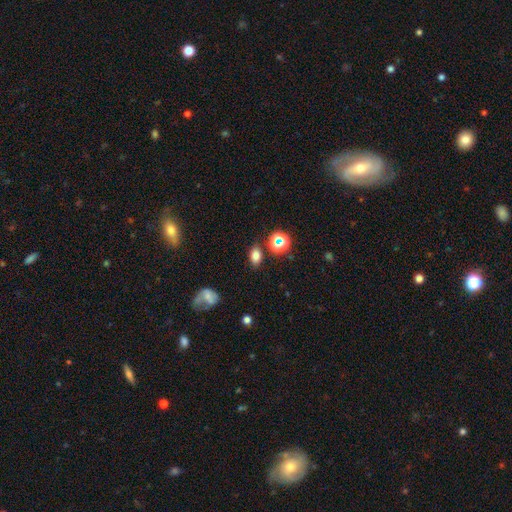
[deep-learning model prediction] Smooth or featured? smooth (75%)
How rounded? in between (79%)
Merging? none (80%)